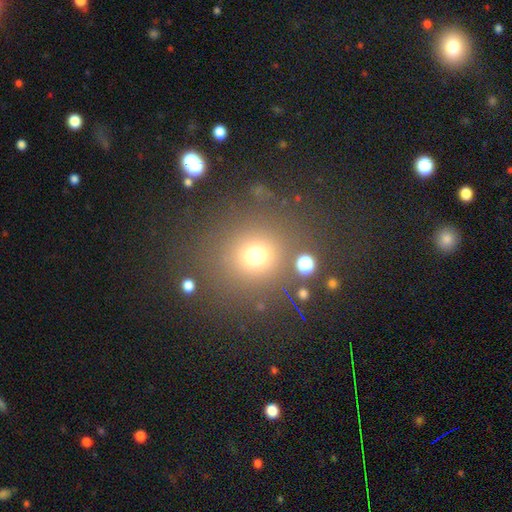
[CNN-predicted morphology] Smooth or featured: smooth — 70% (star or artifact — 22%)
How rounded: round — 88% (in between — 11%)
Merging: none — 79% (minor disturbance — 10%)